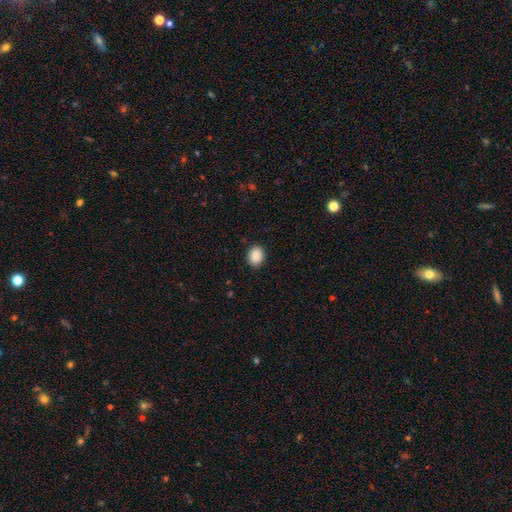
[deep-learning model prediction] This is clearly a smooth galaxy (90%). How rounded: possibly in between (52%). Merging: clearly none (90%).